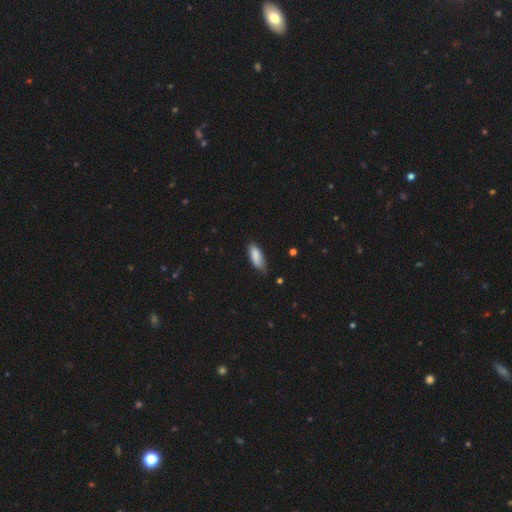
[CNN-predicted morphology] smooth-or-featured: smooth: 84% | featured or disk: 10% | star or artifact: 6%
  how-rounded: in between: 73% | cigar-shaped: 25% | round: 2%
  merging: none: 61% | minor disturbance: 32% | major disturbance: 5% | merger: 2%